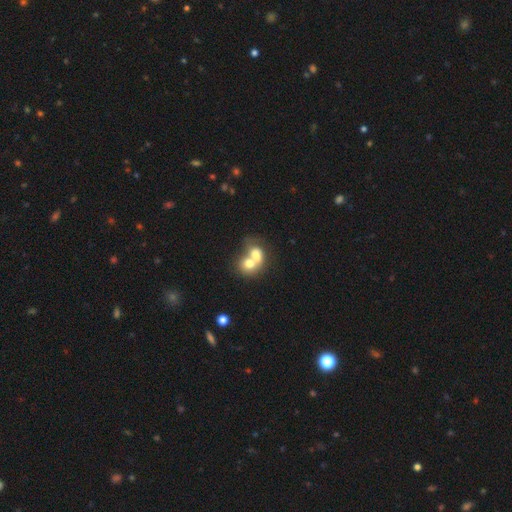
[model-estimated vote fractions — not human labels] A smooth galaxy with no disk features (67%) that is in between round and cigar-shaped (51%). Merging: merger (75%).